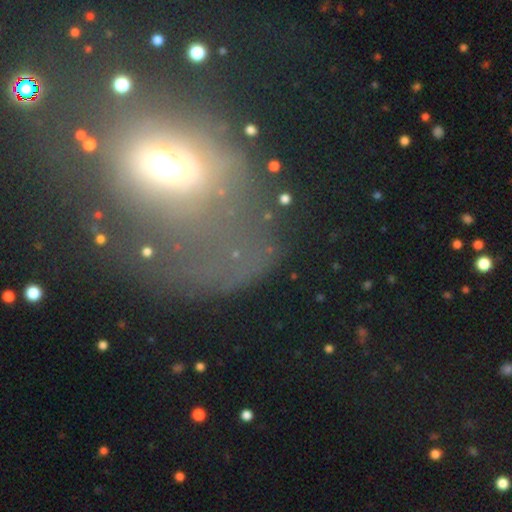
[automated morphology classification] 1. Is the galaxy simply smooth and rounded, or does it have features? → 35% star or artifact, 34% smooth, 31% featured or disk.